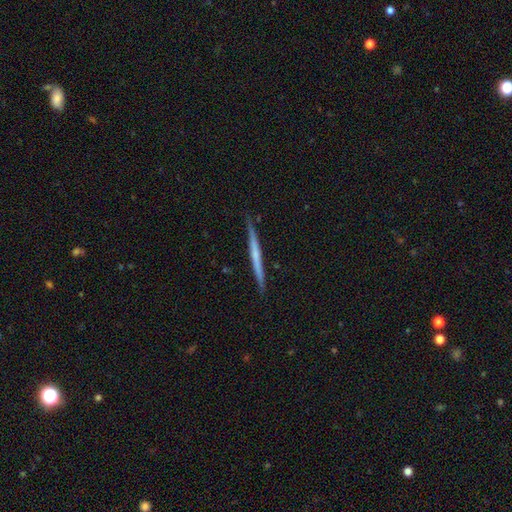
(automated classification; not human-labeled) This is possibly a featured or disk galaxy (58%). It is clearly viewed edge-on (98%). Edge-on bulge: likely none (76%). Merging: clearly none (89%).